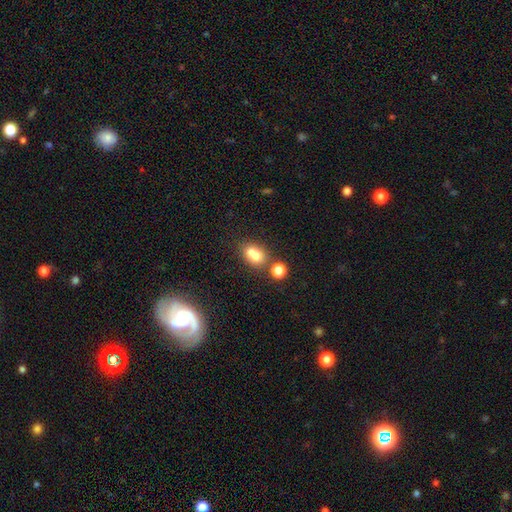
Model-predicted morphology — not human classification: A smooth galaxy with no disk features (68%) that is round (60%). Merging: merger (57%).